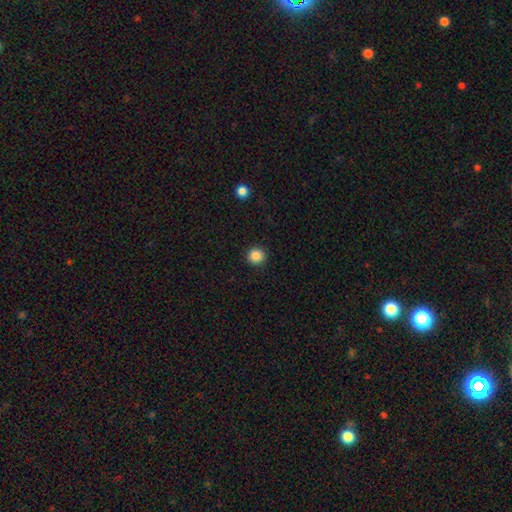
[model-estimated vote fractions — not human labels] This appears to be a smooth galaxy with no disk features (87%) that is round (94%). Merging: none (93%).